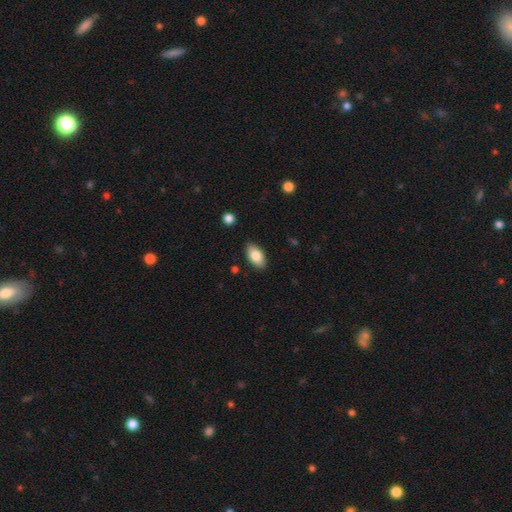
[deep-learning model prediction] Overall: smooth (83%). How rounded: in between (93%). Merging: none (87%).